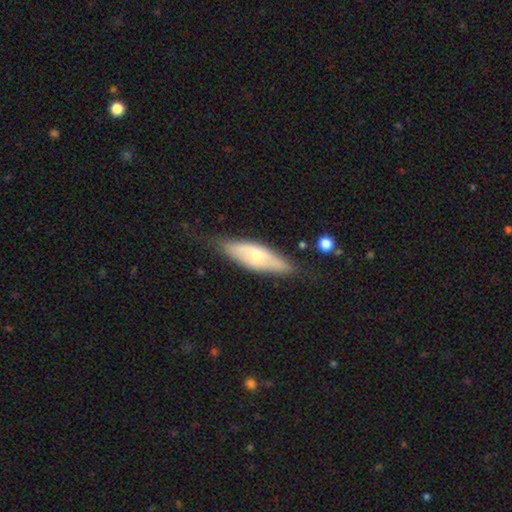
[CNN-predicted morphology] Smooth or featured: smooth — 54% (featured or disk — 40%)
How rounded: in between — 55% (cigar-shaped — 42%)
Merging: none — 69% (minor disturbance — 23%)